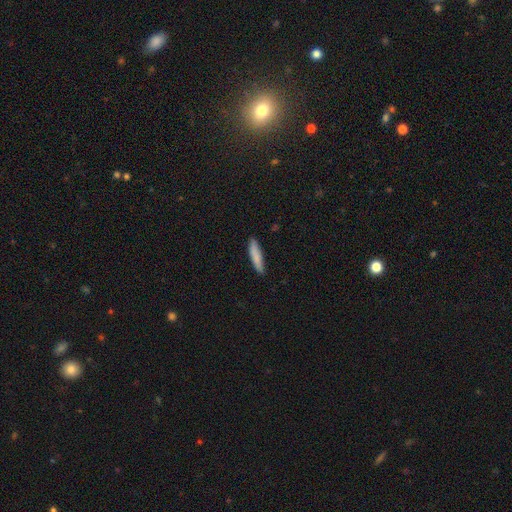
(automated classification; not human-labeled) A smooth galaxy with no disk features (83%) that is cigar-shaped (83%). Merging: none (88%).